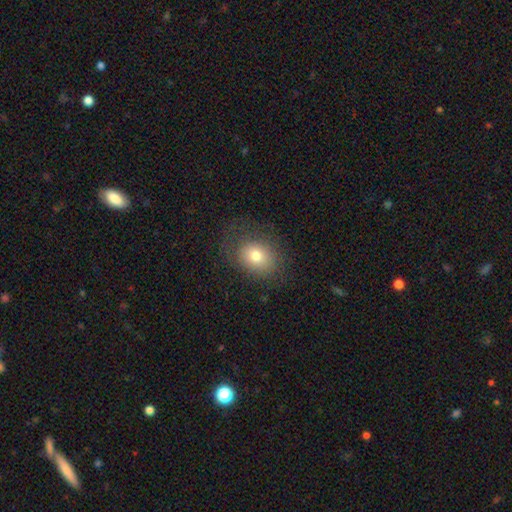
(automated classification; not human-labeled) This appears to be a smooth galaxy with no disk features (75%) that is in between round and cigar-shaped (55%). Merging: none (72%).